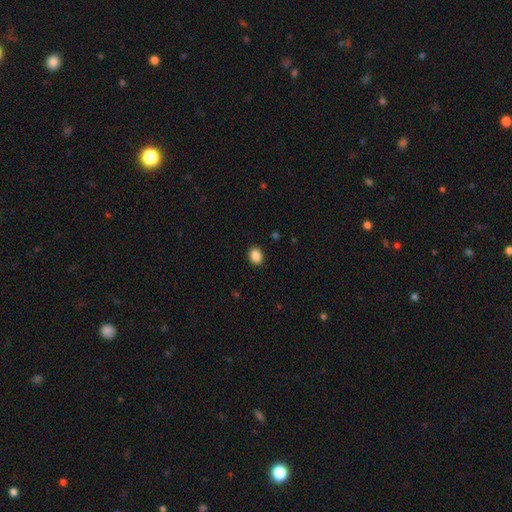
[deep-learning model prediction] smooth 88%, star or artifact 9%, featured or disk 3%. Down the decision tree: how rounded — in between (56%); merging — none (91%).